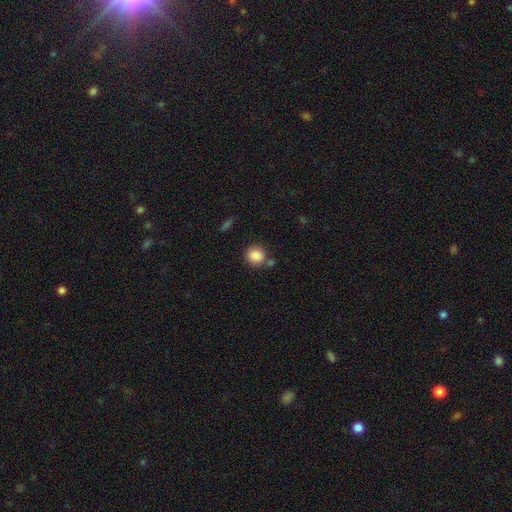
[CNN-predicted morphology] smooth_or_featured: smooth (p=0.87) [alt: star or artifact p=0.09]
how_rounded: round (p=0.89) [alt: in between p=0.10]
merging: none (p=0.74) [alt: merger p=0.11]